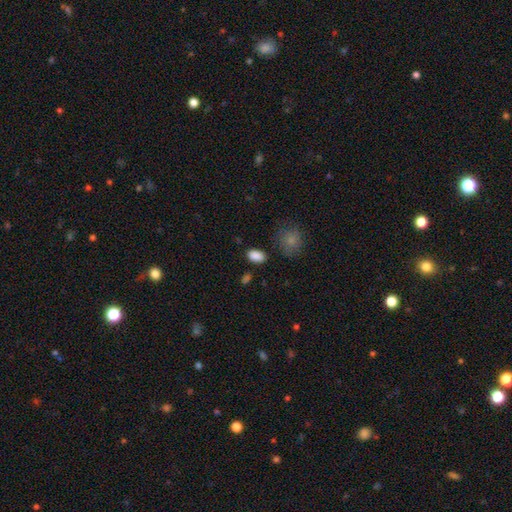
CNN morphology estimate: Smooth or featured? smooth (88%)
How rounded? in between (90%)
Merging? none (84%)